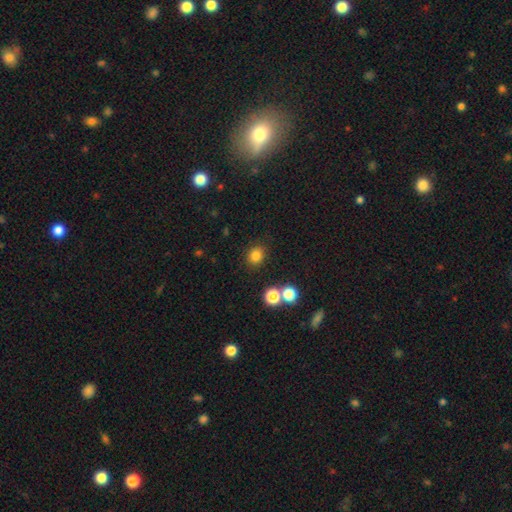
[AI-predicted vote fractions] smooth 80%, star or artifact 15%, featured or disk 5%. Down the decision tree: how rounded — round (76%); merging — none (85%).